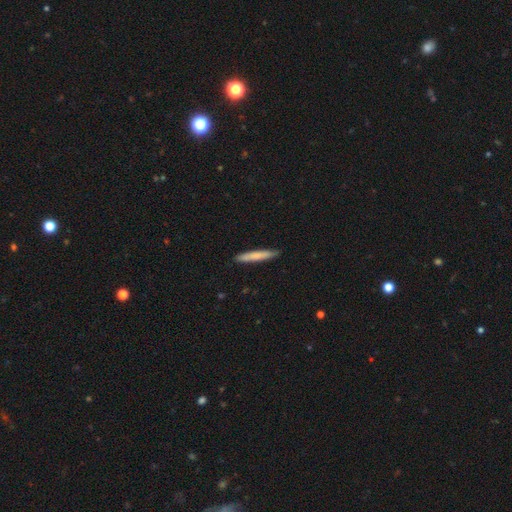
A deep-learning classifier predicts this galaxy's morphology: Overall: smooth (75%). How rounded: cigar-shaped (95%). Merging: none (89%).